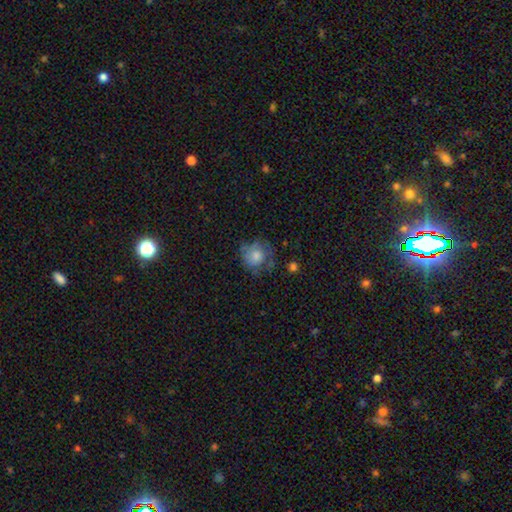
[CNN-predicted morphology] smooth-or-featured: smooth: 62% | featured or disk: 27% | star or artifact: 11%
  how-rounded: round: 84% | in between: 15% | cigar-shaped: 1%
  merging: none: 60% | minor disturbance: 24% | major disturbance: 13% | merger: 3%